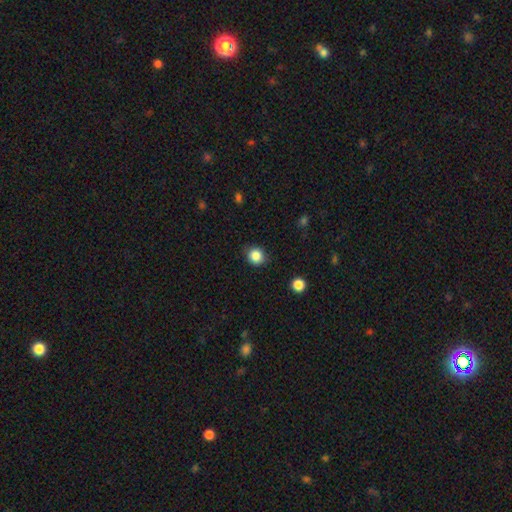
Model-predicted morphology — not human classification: Smooth or featured? smooth (85%)
How rounded? round (82%)
Merging? none (85%)